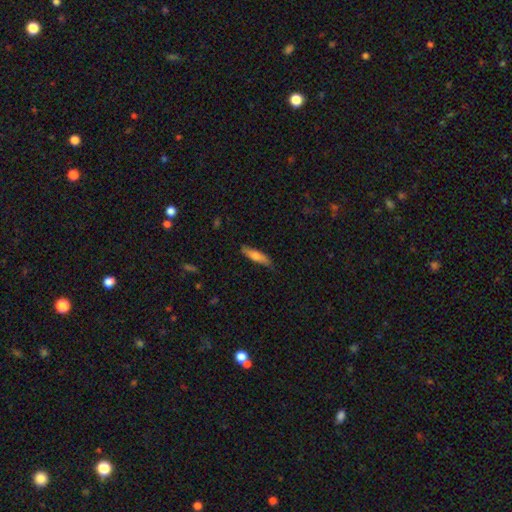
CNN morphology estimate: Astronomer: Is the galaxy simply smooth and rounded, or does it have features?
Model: smooth — 66%.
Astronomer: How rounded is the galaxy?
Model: cigar-shaped — 72%.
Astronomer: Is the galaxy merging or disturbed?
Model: none — 80%.